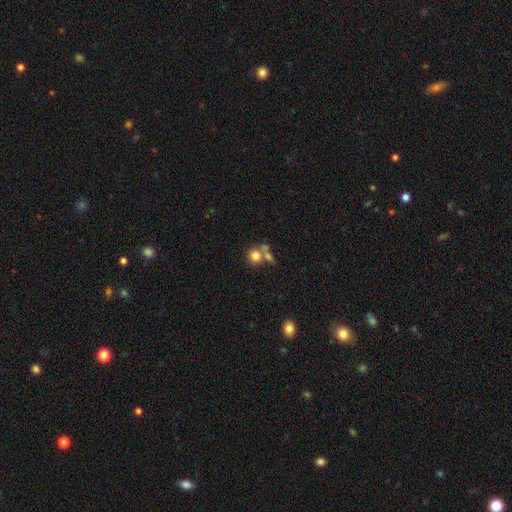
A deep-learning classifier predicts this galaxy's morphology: smooth-or-featured: smooth: 76% | featured or disk: 12% | star or artifact: 11%
  how-rounded: round: 84% | in between: 15% | cigar-shaped: 1%
  merging: none: 49% | merger: 37% | minor disturbance: 9% | major disturbance: 5%